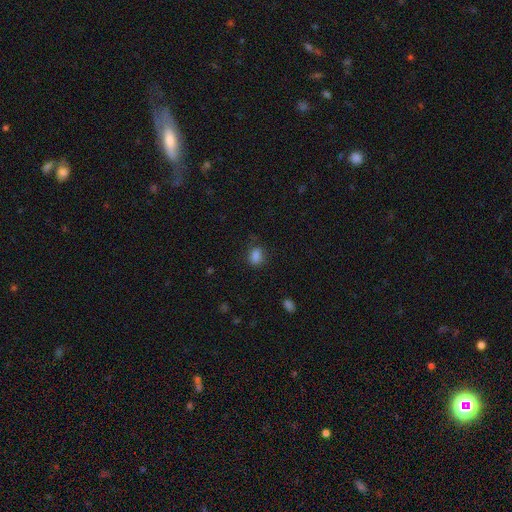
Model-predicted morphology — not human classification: This appears to be a smooth galaxy with no disk features (84%) that is in between round and cigar-shaped (70%). Merging: none (71%).